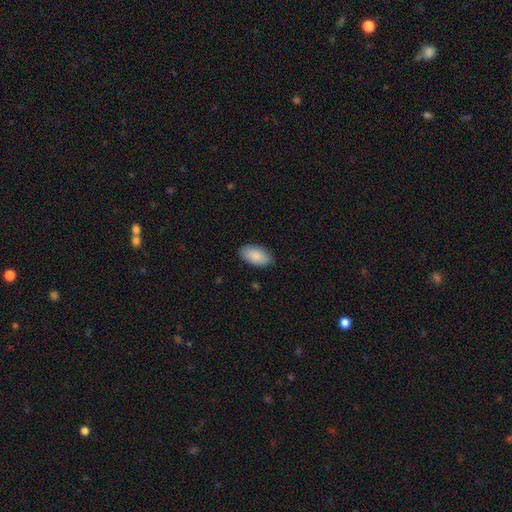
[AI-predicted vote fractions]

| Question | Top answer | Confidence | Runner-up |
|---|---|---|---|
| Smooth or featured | smooth | 88% | featured or disk (6%) |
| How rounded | in between | 95% | round (3%) |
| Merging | none | 85% | minor disturbance (12%) |